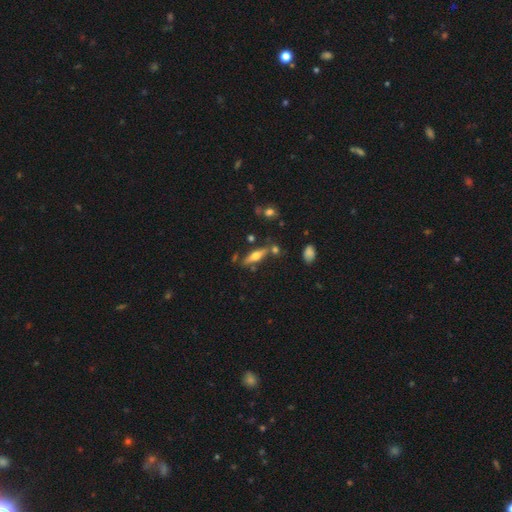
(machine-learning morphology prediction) Q: Smooth or featured?
A: featured or disk (53%); runner-up: smooth (39%)
Q: Edge-on disk?
A: yes (92%); runner-up: no (8%)
Q: Merging?
A: none (73%); runner-up: minor disturbance (13%)